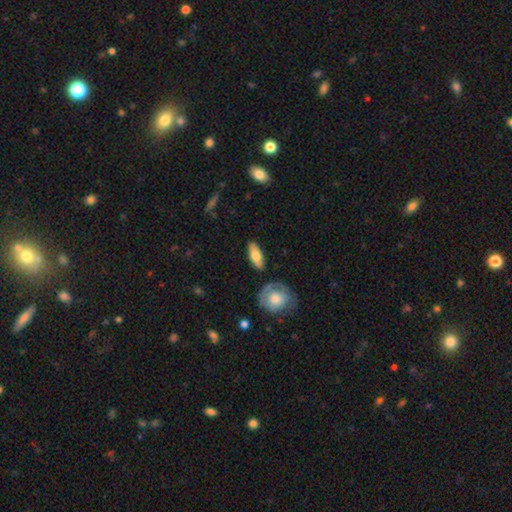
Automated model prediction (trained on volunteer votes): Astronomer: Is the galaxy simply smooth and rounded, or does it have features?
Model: smooth — 68%.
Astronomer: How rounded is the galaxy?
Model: in between — 68%.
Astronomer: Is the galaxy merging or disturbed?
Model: none — 83%.